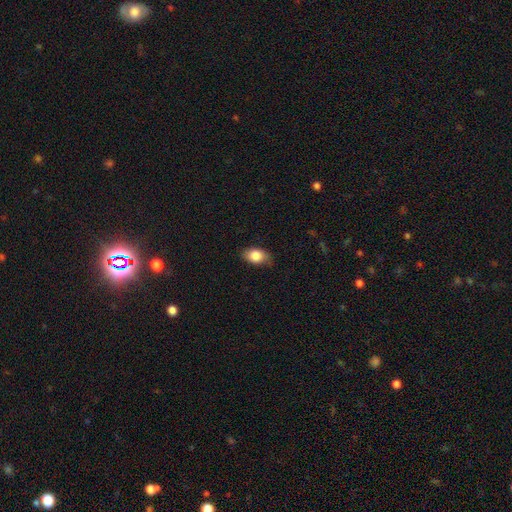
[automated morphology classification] smooth 83%, featured or disk 9%, star or artifact 7%. Down the decision tree: how rounded — in between (84%); merging — none (76%).